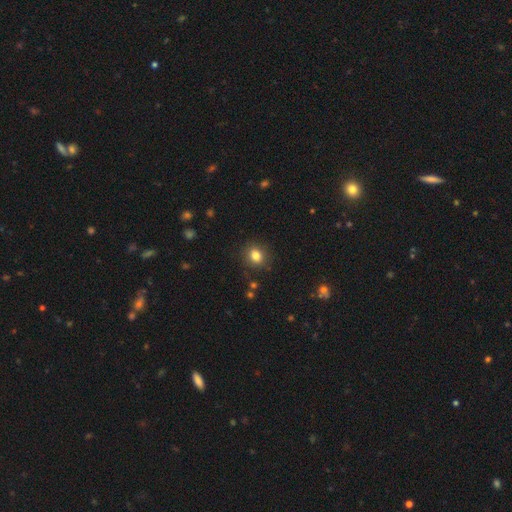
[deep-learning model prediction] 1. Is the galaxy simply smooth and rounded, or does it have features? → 82% smooth, 11% star or artifact, 6% featured or disk.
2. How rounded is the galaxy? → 65% round, 34% in between, 1% cigar-shaped.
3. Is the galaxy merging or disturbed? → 87% none, 9% minor disturbance, 3% major disturbance, 1% merger.